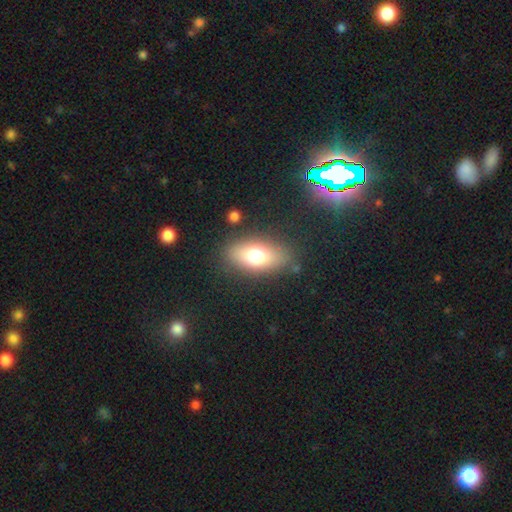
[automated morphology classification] A smooth galaxy with no disk features (72%) that is in between round and cigar-shaped (85%).

Vote fractions:
- Smooth or featured? smooth: 72% / featured or disk: 18% / star or artifact: 10%
- How rounded? in between: 85% / round: 8% / cigar-shaped: 7%
- Merging? none: 82% / minor disturbance: 11% / major disturbance: 4% / merger: 2%